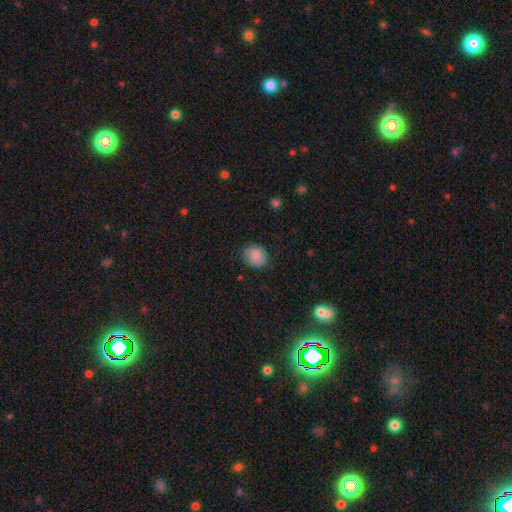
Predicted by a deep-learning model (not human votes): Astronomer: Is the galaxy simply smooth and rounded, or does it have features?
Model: smooth — 83%.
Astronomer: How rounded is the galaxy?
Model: round — 63%.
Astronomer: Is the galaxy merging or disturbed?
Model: none — 82%.